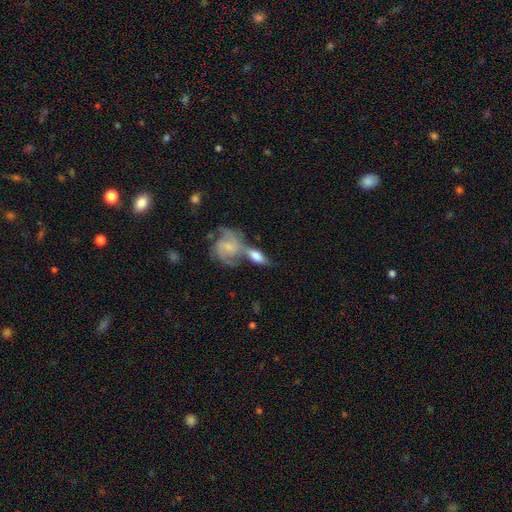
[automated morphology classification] The model was most divided on "smooth or featured" (2-way tie): featured or disk: 47%, smooth: 47%, star or artifact: 7%. More confident: merging — merger (51%).